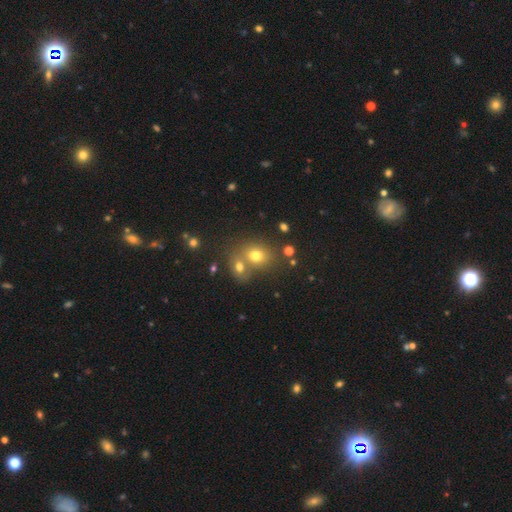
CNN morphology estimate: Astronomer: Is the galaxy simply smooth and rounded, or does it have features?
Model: smooth — 71%.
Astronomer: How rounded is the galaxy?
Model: round — 57% (runner-up: in between, 42%).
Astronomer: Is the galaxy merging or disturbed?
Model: none — 45% (runner-up: merger, 41%).